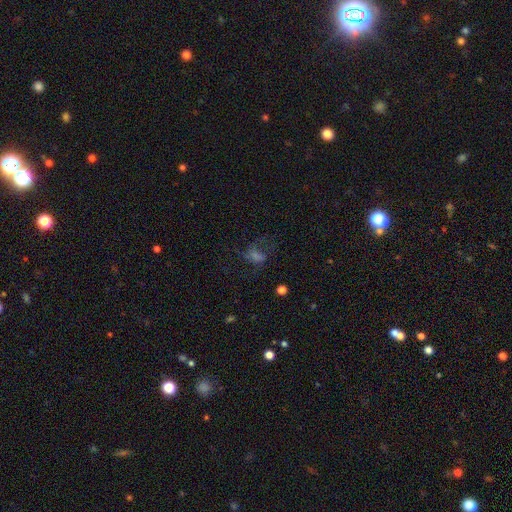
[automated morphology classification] type=smooth (36%); merging=none (44%).